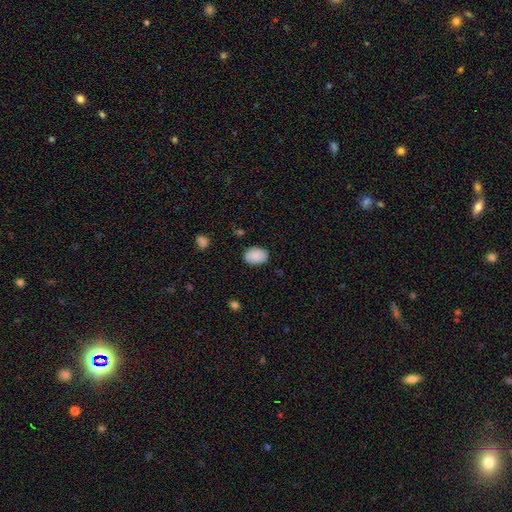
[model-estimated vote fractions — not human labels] Morphology: type=smooth (90%); roundness=in between (80%); merging=none (83%).